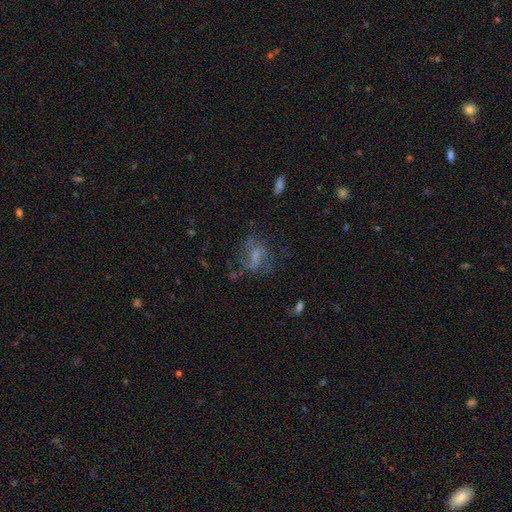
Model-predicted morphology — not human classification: smooth-or-featured: featured or disk: 55% | smooth: 31% | star or artifact: 14%
  disk-edge-on: no: 95% | yes: 5%
    bar: weak: 47% | no: 34% | strong: 19%
    has-spiral-arms: yes: 70% | no: 30%
    bulge-size: small: 39% | none: 30% | moderate: 26% | large: 4% | dominant: 1%
  merging: none: 54% | major disturbance: 23% | minor disturbance: 21% | merger: 3%